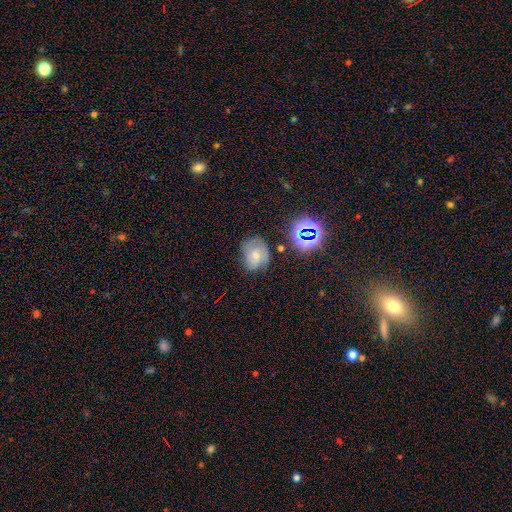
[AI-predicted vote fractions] Q: Smooth or featured?
A: smooth (51%); runner-up: featured or disk (31%)
Q: How rounded?
A: round (53%); runner-up: in between (46%)
Q: Merging?
A: none (61%); runner-up: minor disturbance (26%)